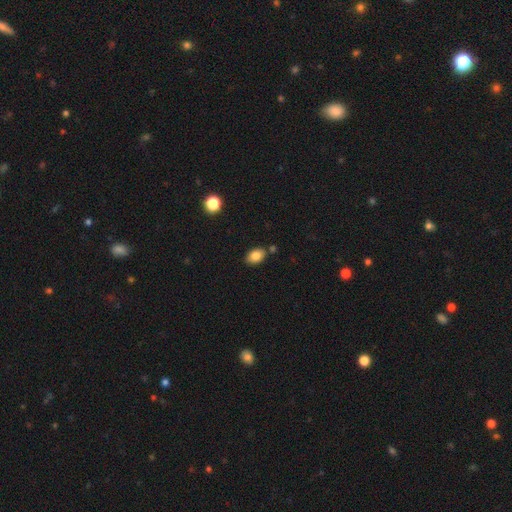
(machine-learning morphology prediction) This appears to be a smooth galaxy with no disk features (84%) that is in between round and cigar-shaped (86%). Merging: none (77%).